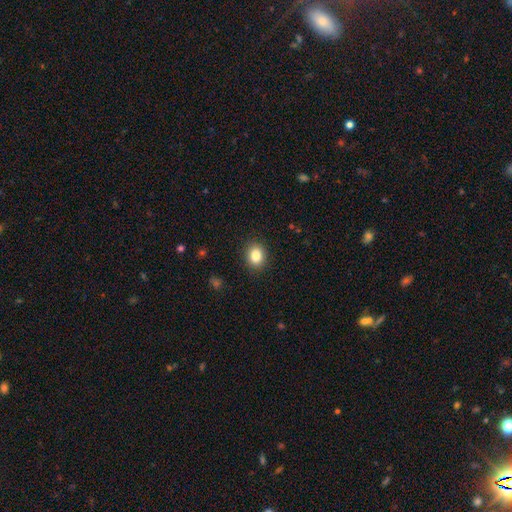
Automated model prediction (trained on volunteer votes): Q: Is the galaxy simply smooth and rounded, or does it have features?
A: smooth — 85%.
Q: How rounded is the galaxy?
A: round — 54%.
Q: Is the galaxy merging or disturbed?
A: none — 89%.